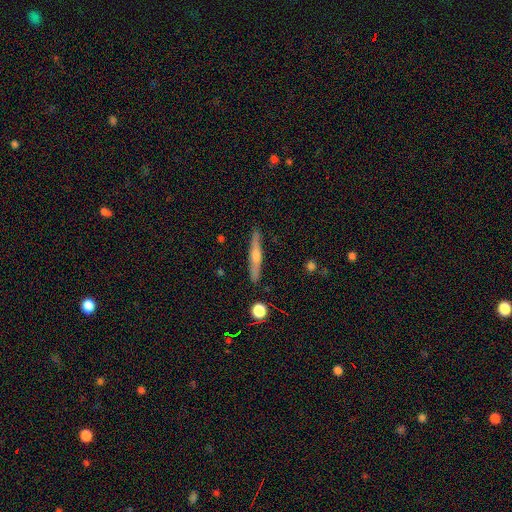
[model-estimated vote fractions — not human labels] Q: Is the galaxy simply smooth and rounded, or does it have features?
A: featured or disk — 66%.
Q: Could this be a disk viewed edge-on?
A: yes — 95%.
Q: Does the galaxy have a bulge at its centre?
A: rounded — 85%.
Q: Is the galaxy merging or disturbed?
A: none — 87%.